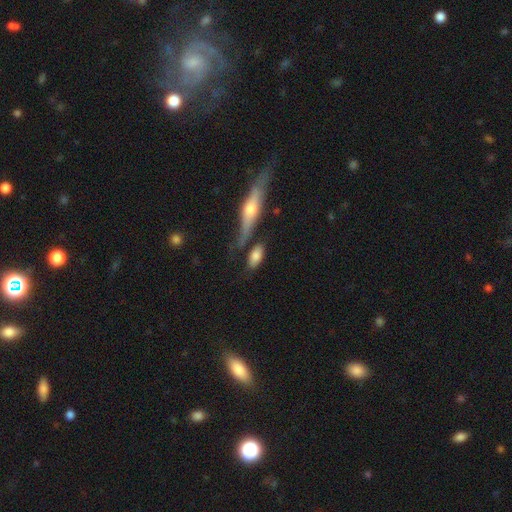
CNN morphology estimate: Smooth or featured: smooth — 76% (featured or disk — 18%)
How rounded: in between — 83% (cigar-shaped — 12%)
Merging: none — 63% (minor disturbance — 17%)